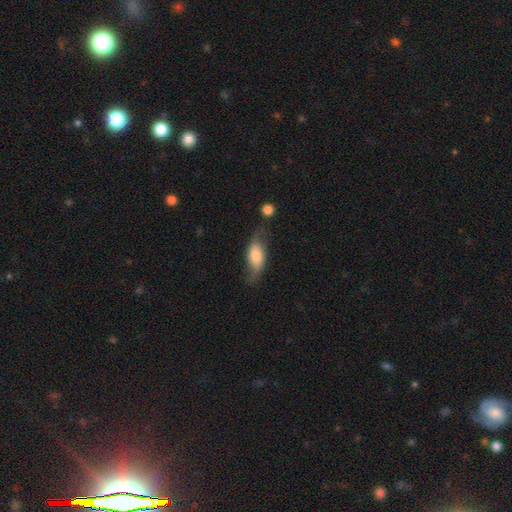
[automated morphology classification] Smooth or featured: smooth — 66% (featured or disk — 27%)
How rounded: in between — 83% (cigar-shaped — 13%)
Merging: none — 52% (minor disturbance — 30%)